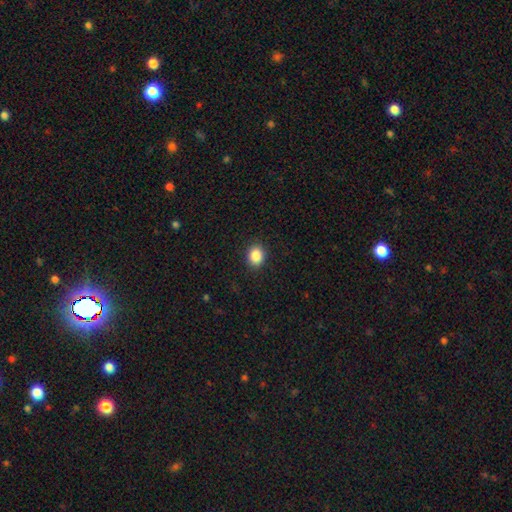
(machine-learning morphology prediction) smooth-or-featured: smooth: 87% | star or artifact: 9% | featured or disk: 4%
  how-rounded: round: 51% | in between: 48% | cigar-shaped: 1%
  merging: none: 89% | minor disturbance: 7% | major disturbance: 2% | merger: 1%